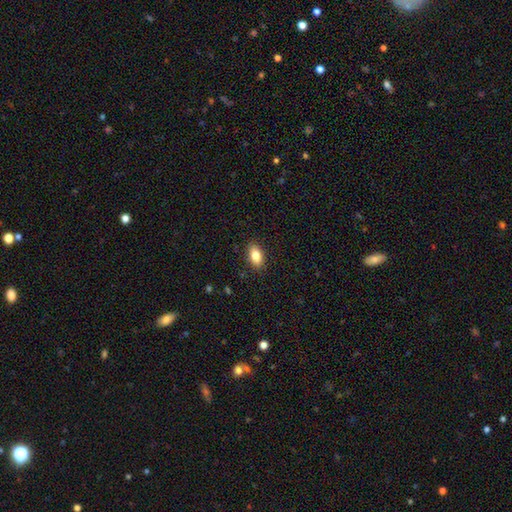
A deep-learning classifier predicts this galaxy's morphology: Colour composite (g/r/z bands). It shows a smooth galaxy with no disk features (82%) that is in between round and cigar-shaped (90%). Merging: none (89%).